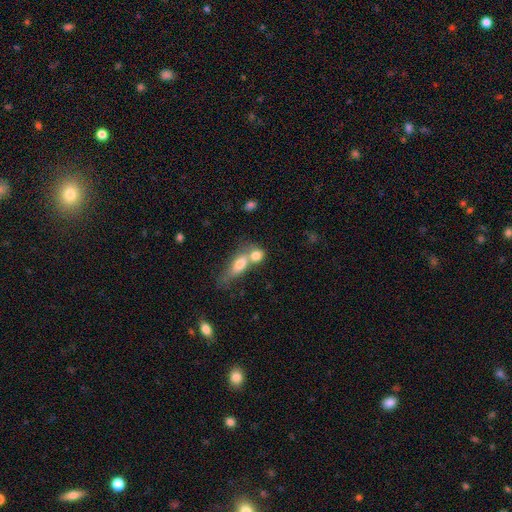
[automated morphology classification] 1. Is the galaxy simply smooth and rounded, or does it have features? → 77% smooth, 15% featured or disk, 8% star or artifact.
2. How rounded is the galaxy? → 55% in between, 33% round, 12% cigar-shaped.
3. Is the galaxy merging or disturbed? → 61% merger, 26% none, 8% minor disturbance, 5% major disturbance.